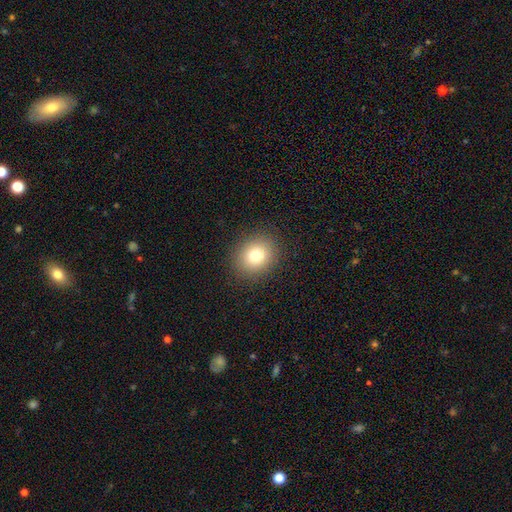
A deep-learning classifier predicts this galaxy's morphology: Smooth or featured?
  - smooth: 78% *
  - star or artifact: 12%
  - featured or disk: 10%
How rounded?
  - round: 72% *
  - in between: 27%
  - cigar-shaped: 1%
Merging?
  - none: 89% *
  - minor disturbance: 7%
  - major disturbance: 3%
  - merger: 1%